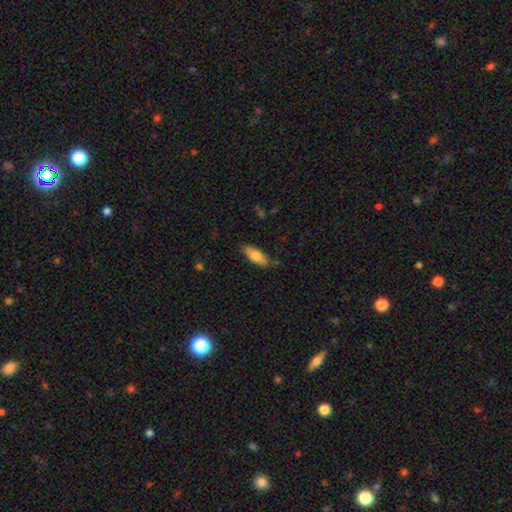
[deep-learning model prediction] smooth 75%, featured or disk 19%, star or artifact 6%. Down the decision tree: how rounded — in between (68%); merging — none (81%).